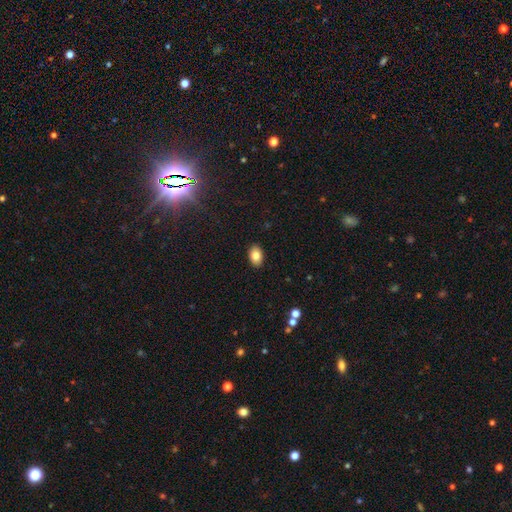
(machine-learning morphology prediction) Q: Smooth or featured?
A: smooth (83%); runner-up: featured or disk (9%)
Q: How rounded?
A: in between (87%); runner-up: round (12%)
Q: Merging?
A: none (90%); runner-up: minor disturbance (7%)